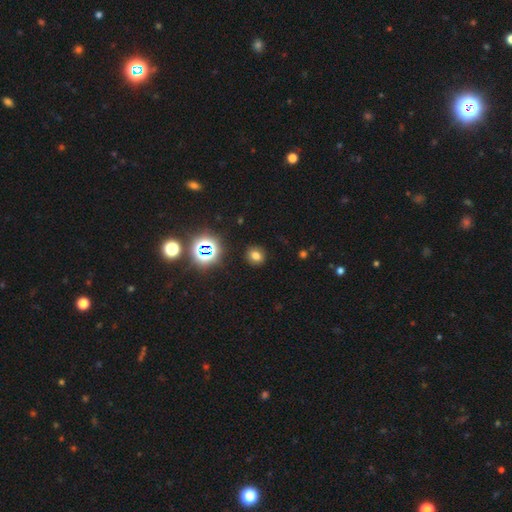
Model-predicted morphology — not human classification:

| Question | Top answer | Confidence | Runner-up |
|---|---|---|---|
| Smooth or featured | smooth | 71% | star or artifact (21%) |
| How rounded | round | 75% | in between (24%) |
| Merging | none | 89% | minor disturbance (7%) |